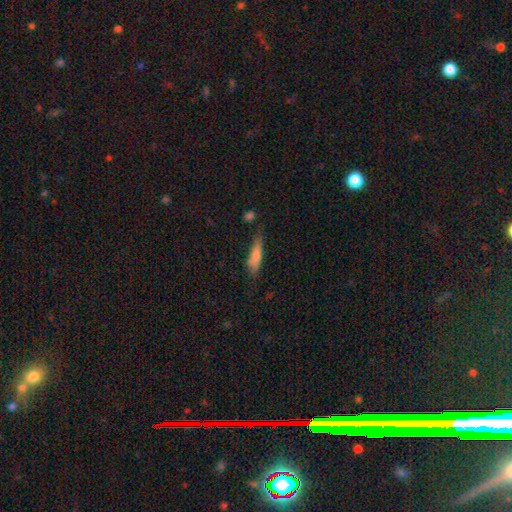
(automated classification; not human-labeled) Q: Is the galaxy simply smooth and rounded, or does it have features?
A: smooth — 71%.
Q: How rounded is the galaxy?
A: cigar-shaped — 68%.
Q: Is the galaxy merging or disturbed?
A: none — 63%.